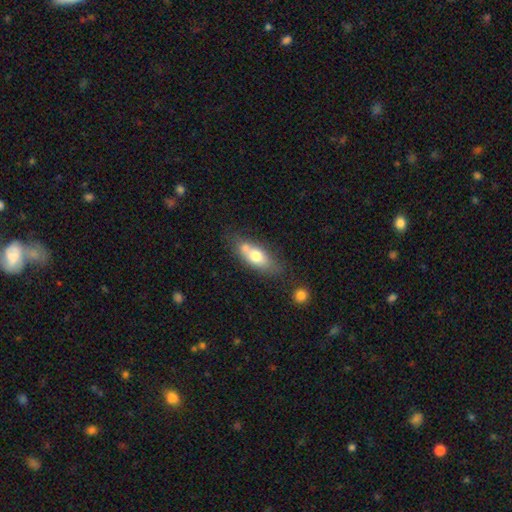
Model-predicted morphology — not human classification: Smooth or featured? smooth (66%)
How rounded? in between (78%)
Merging? none (50%)